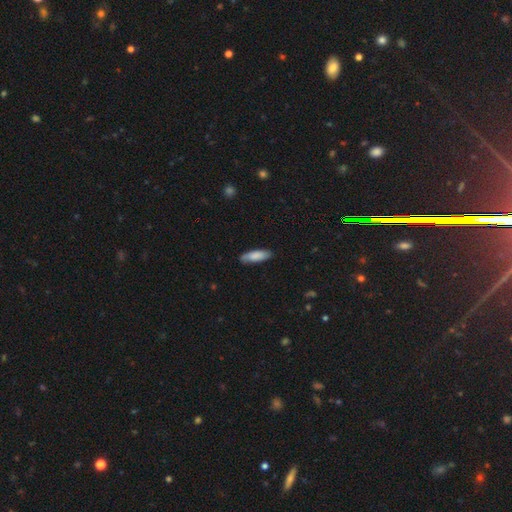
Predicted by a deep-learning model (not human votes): Overall: smooth (83%). How rounded: in between (52%; cigar-shaped 47%). Merging: none (84%).